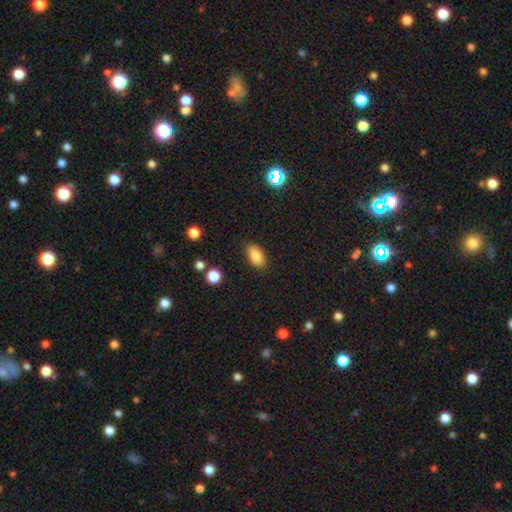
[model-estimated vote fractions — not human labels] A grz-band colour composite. It shows a smooth galaxy with no disk features (85%) that is in between round and cigar-shaped (90%). Merging: none (84%).